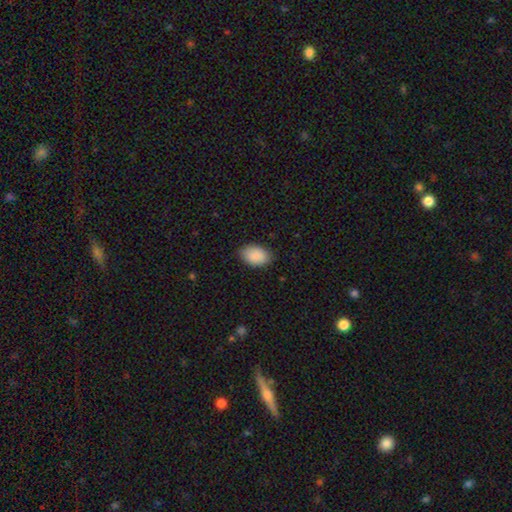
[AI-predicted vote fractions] Morphology: type=smooth (90%); roundness=in between (89%); merging=none (85%).